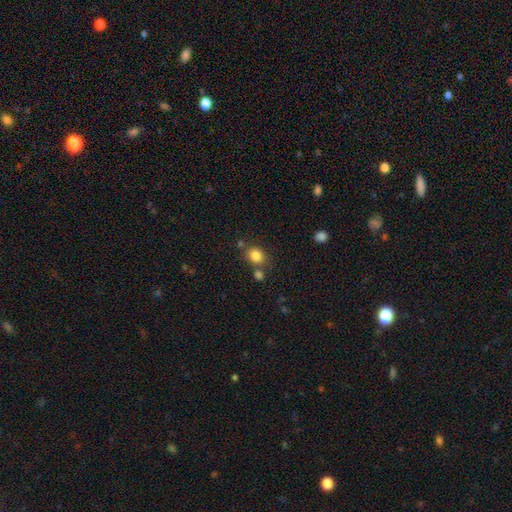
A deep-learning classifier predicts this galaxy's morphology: smooth 83%, star or artifact 10%, featured or disk 7%. Down the decision tree: how rounded — round (60%); merging — none (68%).